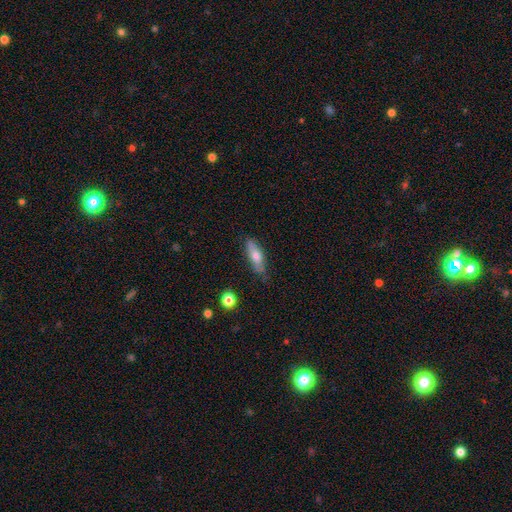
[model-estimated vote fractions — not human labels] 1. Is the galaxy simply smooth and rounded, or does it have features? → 66% smooth, 27% featured or disk, 7% star or artifact.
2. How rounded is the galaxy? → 51% in between, 46% cigar-shaped, 3% round.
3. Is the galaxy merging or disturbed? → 70% none, 23% minor disturbance, 4% major disturbance, 3% merger.